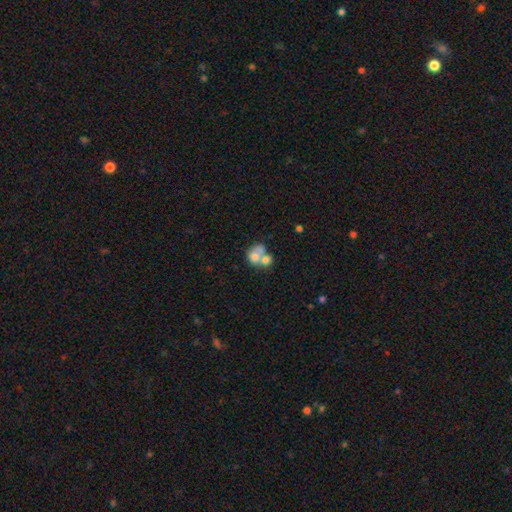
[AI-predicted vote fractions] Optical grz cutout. It shows a smooth galaxy with no disk features (60%) that is round (56%). Merging: merger (68%).